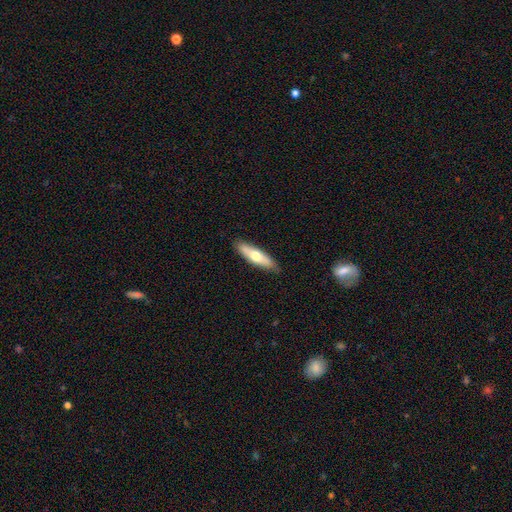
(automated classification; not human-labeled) Overall: smooth (57%; featured or disk 38%). How rounded: cigar-shaped (64%; in between 34%). Merging: none (86%).